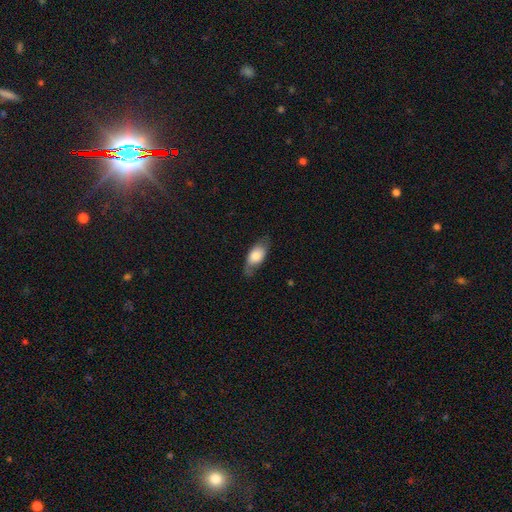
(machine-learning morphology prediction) The model was most divided on "merging": none: 66%, minor disturbance: 25%, major disturbance: 8%, merger: 1%. More confident: how rounded — in between (84%); smooth or featured — smooth (69%).